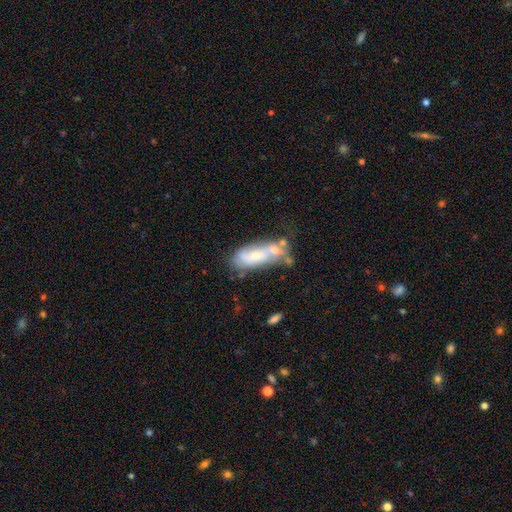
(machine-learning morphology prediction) smooth-or-featured: featured or disk: 53% | smooth: 39% | star or artifact: 9%
  disk-edge-on: no: 84% | yes: 16%
  merging: none: 33% | merger: 29% | minor disturbance: 23% | major disturbance: 15%